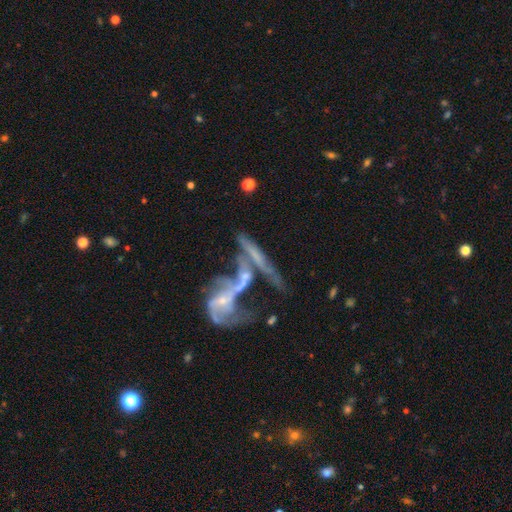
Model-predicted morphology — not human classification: Smooth or featured?
  - featured or disk: 73% *
  - smooth: 16%
  - star or artifact: 11%
Edge-on disk?
  - no: 78% *
  - yes: 22%
Bar?
  - no: 63% *
  - weak: 24%
  - strong: 13%
Spiral arms?
  - yes: 64% *
  - no: 36%
Bulge size?
  - small: 54% *
  - none: 25%
  - moderate: 17%
  - large: 2%
  - dominant: 1%
Merging?
  - merger: 63% *
  - major disturbance: 15%
  - none: 14%
  - minor disturbance: 8%